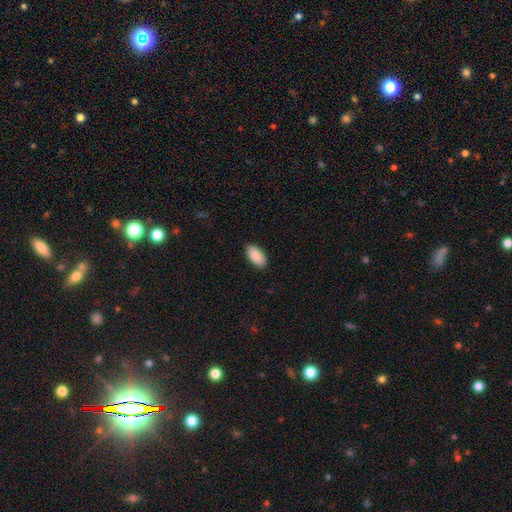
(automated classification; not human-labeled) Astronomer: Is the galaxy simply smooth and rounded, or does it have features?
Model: smooth — 90%.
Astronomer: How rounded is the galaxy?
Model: in between — 95%.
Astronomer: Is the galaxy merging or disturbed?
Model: none — 89%.